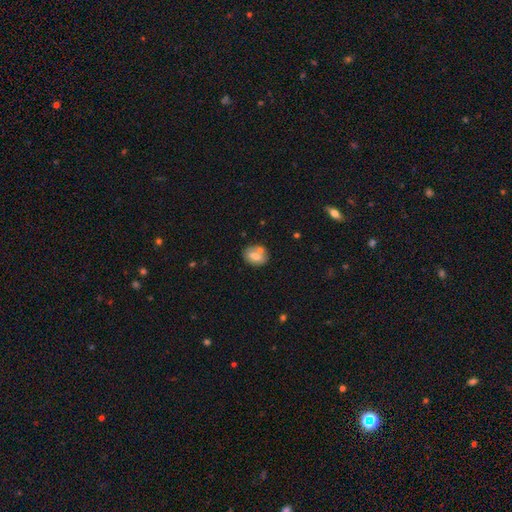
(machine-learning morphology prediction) Smooth or featured? Predicted: smooth (p=0.65). How rounded? Predicted: in between (p=0.65). Merging? Predicted: none (p=0.62).